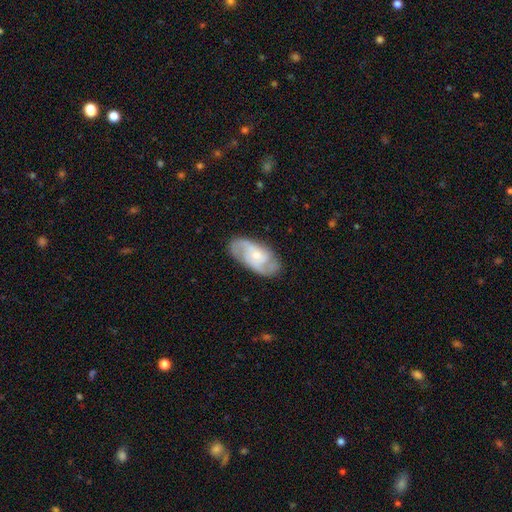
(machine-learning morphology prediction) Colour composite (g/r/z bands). It shows a featured or disk galaxy (76%) with no bar (62%), 2 (71%) medium (50%) spiral arms (94%) and a small central bulge (59%). Merging: none (79%).